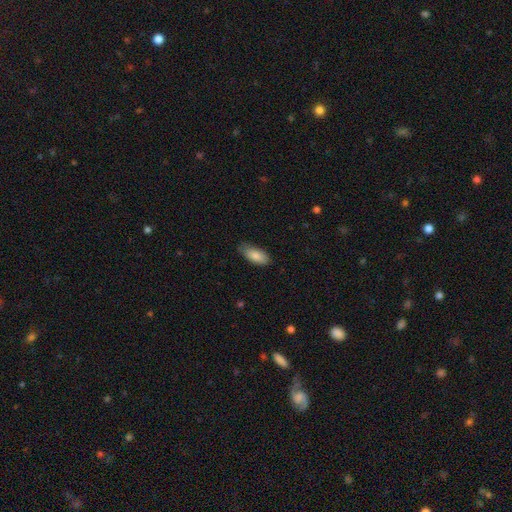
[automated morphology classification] type=smooth (85%); roundness=in between (85%); merging=none (74%).